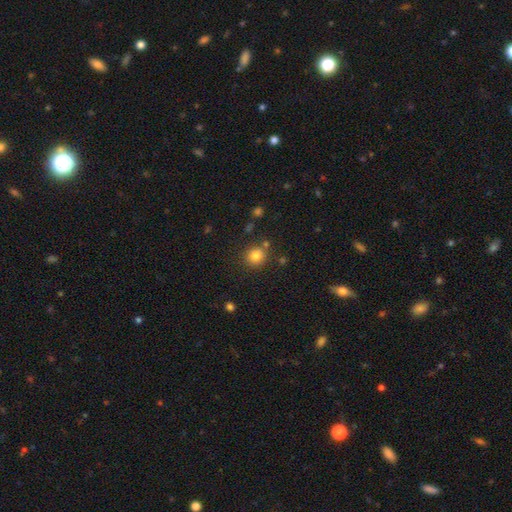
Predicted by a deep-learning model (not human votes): Morphology: type=smooth (82%); roundness=round (85%); merging=none (81%).